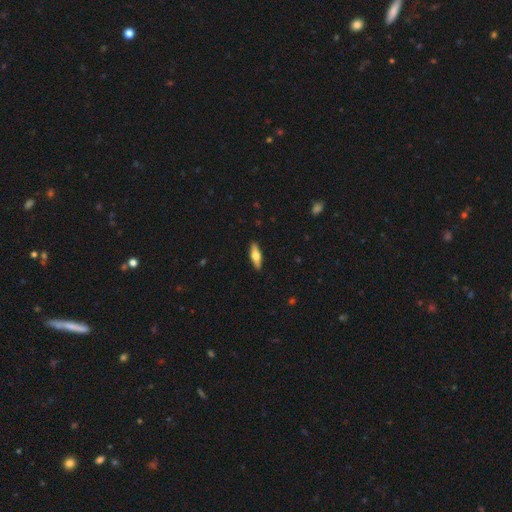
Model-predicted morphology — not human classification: Smooth or featured?
  - smooth: 50% *
  - featured or disk: 45%
  - star or artifact: 6%
Merging?
  - none: 90% *
  - minor disturbance: 7%
  - major disturbance: 2%
  - merger: 1%